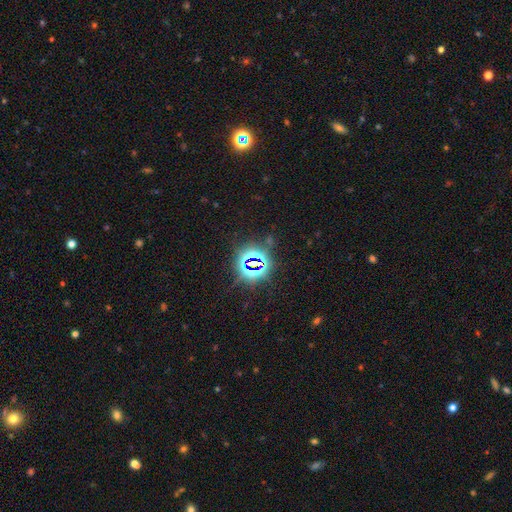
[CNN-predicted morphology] type=star or artifact (81%).